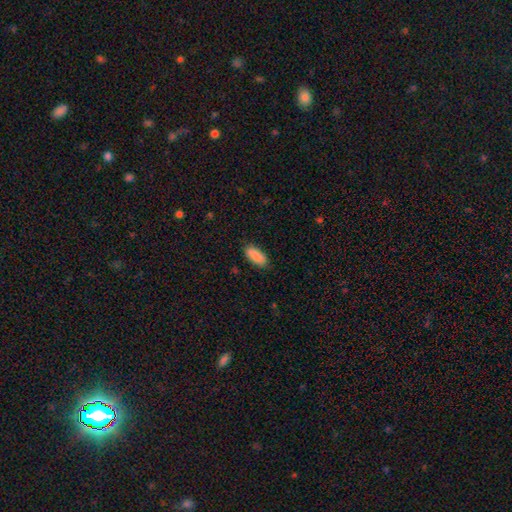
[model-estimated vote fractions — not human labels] A smooth galaxy with no disk features (90%) that is in between round and cigar-shaped (86%). Merging: none (84%).